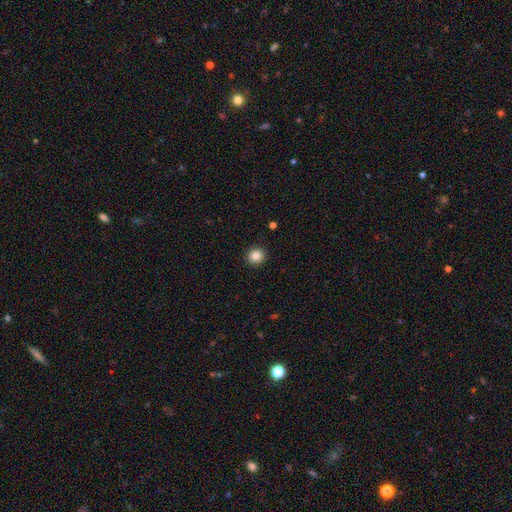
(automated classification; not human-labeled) Smooth or featured? Predicted: smooth (p=0.86). How rounded? Predicted: round (p=0.92). Merging? Predicted: none (p=0.92).